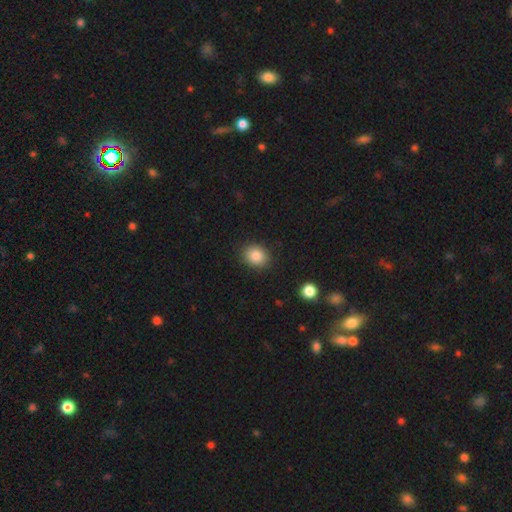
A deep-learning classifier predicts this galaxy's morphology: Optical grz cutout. It shows a smooth galaxy with no disk features (86%) that is round (53%). Merging: none (88%).